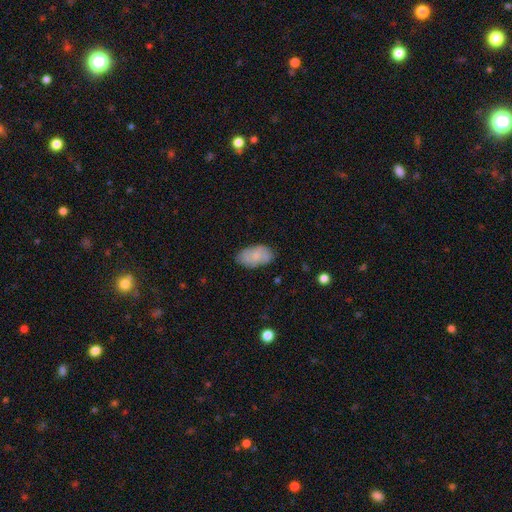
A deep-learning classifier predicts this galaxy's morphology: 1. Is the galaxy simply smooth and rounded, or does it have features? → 71% smooth, 23% featured or disk, 7% star or artifact.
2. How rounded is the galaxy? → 94% in between, 4% round, 2% cigar-shaped.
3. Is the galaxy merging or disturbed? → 77% none, 18% minor disturbance, 4% major disturbance, 1% merger.